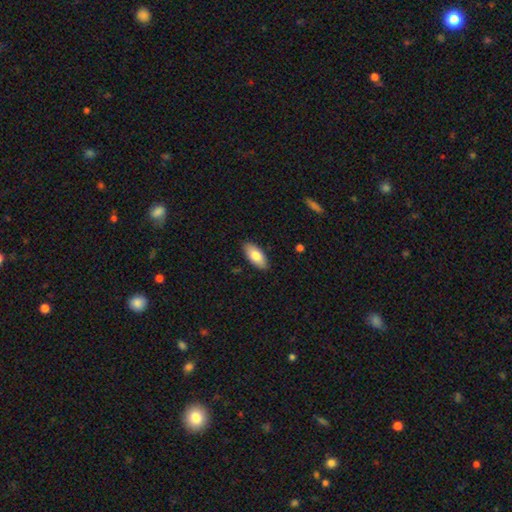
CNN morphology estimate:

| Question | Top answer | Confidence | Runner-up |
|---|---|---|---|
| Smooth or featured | smooth | 79% | featured or disk (15%) |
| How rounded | in between | 89% | cigar-shaped (9%) |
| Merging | none | 89% | minor disturbance (9%) |